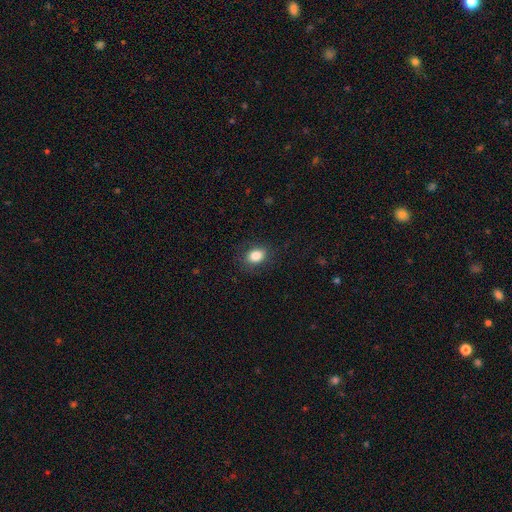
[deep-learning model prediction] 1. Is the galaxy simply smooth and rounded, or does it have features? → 85% smooth, 9% star or artifact, 6% featured or disk.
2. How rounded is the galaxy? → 70% in between, 29% round, 1% cigar-shaped.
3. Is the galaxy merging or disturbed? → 83% none, 12% minor disturbance, 4% major disturbance, 1% merger.